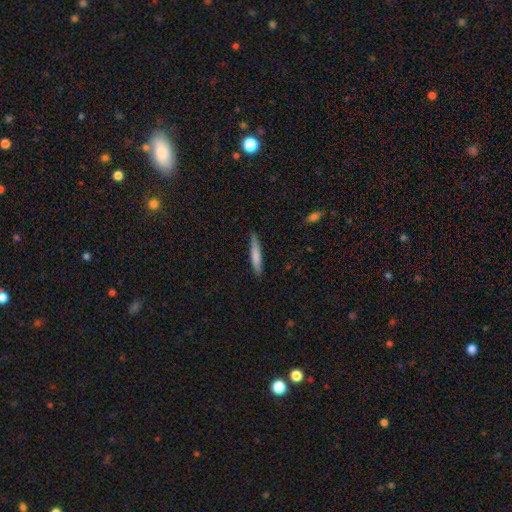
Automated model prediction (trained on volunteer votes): This is likely a smooth galaxy (74%). How rounded: clearly cigar-shaped (93%). Merging: clearly none (86%).